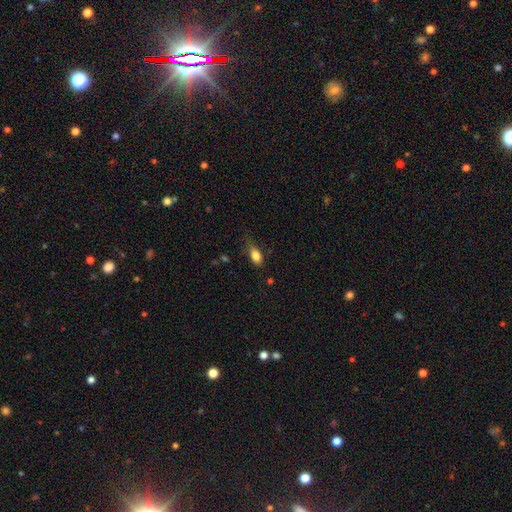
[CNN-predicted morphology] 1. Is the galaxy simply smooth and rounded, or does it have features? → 83% smooth, 9% star or artifact, 8% featured or disk.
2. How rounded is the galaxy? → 86% in between, 9% round, 5% cigar-shaped.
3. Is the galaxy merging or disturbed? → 61% none, 28% minor disturbance, 9% major disturbance, 2% merger.